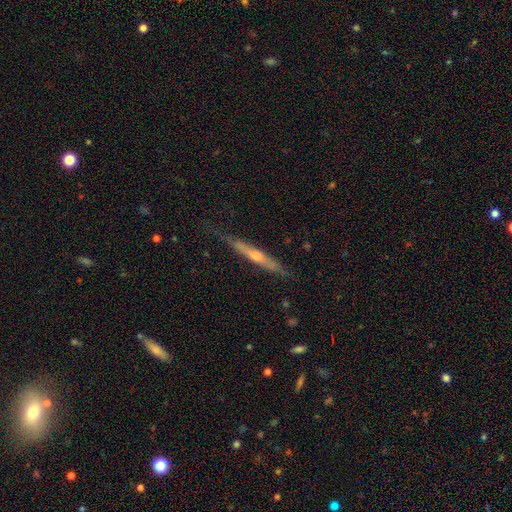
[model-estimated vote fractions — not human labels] A featured or disk galaxy (65%) viewed edge-on (96%) with a rounded central bulge (66%).

Vote fractions:
- Smooth or featured? featured or disk: 65% / smooth: 29% / star or artifact: 6%
- Edge-on disk? yes: 96% / no: 4%
- Edge-on bulge? rounded: 66% / none: 29% / boxy: 6%
- Merging? none: 78% / minor disturbance: 17% / major disturbance: 3% / merger: 1%